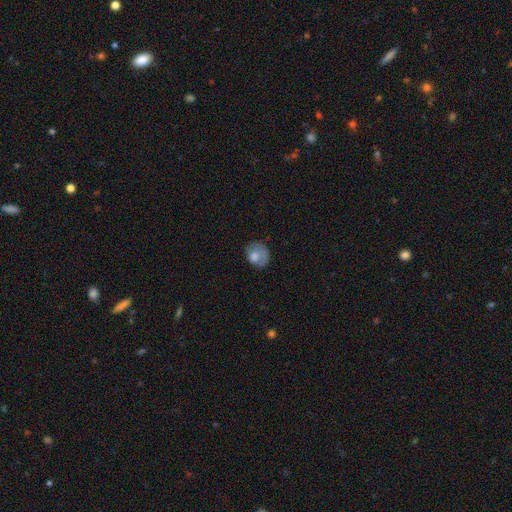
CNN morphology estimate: smooth 73%, featured or disk 19%, star or artifact 9%. Down the decision tree: how rounded — round (58%); merging — none (47%).